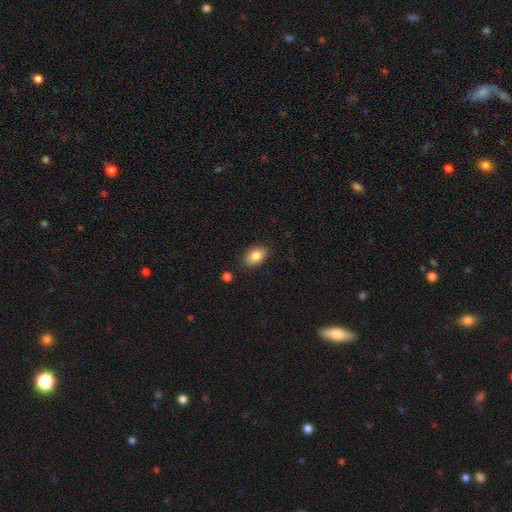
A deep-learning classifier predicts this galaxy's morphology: This is clearly a smooth galaxy (85%). How rounded: clearly in between (87%). Merging: clearly none (85%).